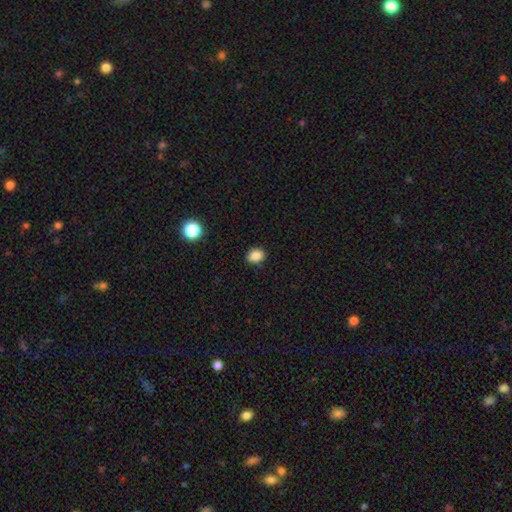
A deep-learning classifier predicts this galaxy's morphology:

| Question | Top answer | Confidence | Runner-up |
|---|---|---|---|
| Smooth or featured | smooth | 86% | star or artifact (11%) |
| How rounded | in between | 58% | round (41%) |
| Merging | none | 86% | minor disturbance (10%) |